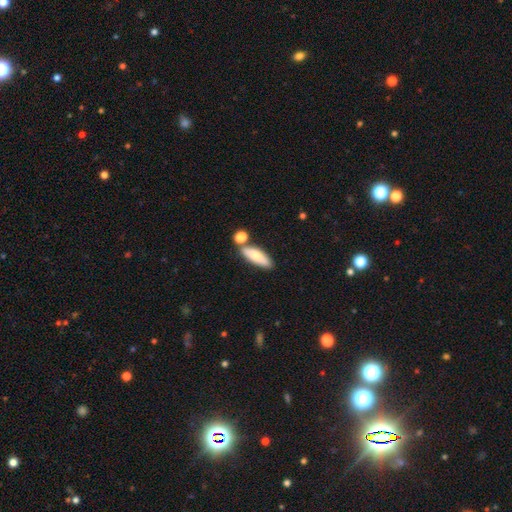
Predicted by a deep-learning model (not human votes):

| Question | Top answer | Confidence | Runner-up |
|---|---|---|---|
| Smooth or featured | smooth | 75% | featured or disk (19%) |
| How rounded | in between | 56% | cigar-shaped (41%) |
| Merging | none | 66% | merger (18%) |